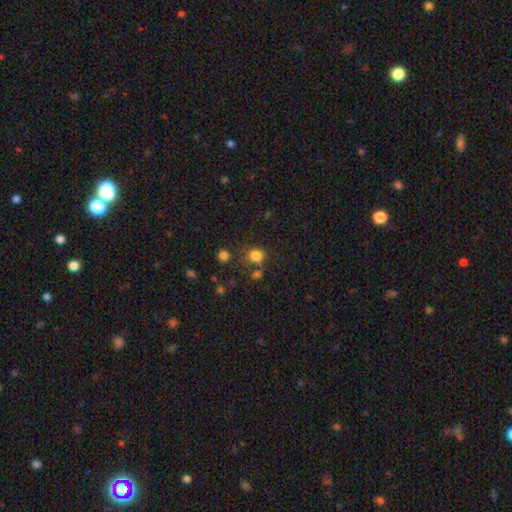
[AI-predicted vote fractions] A smooth galaxy with no disk features (81%) that is round (68%).

Vote fractions:
- Smooth or featured? smooth: 81% / star or artifact: 14% / featured or disk: 5%
- How rounded? round: 68% / in between: 31% / cigar-shaped: 1%
- Merging? none: 66% / minor disturbance: 15% / merger: 13% / major disturbance: 7%